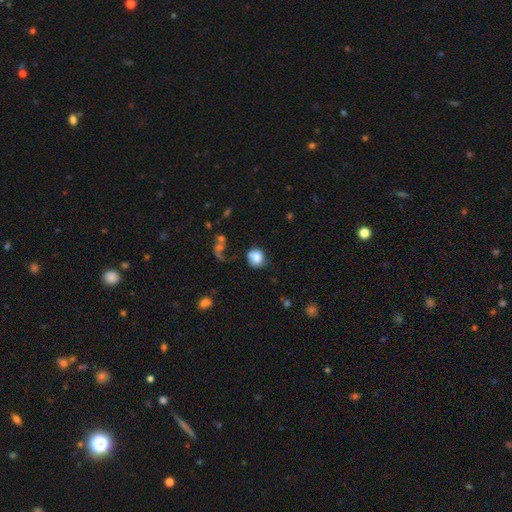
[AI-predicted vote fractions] smooth-or-featured: smooth: 80% | featured or disk: 10% | star or artifact: 9%
  how-rounded: round: 76% | in between: 23% | cigar-shaped: 1%
  merging: none: 61% | minor disturbance: 21% | major disturbance: 10% | merger: 8%